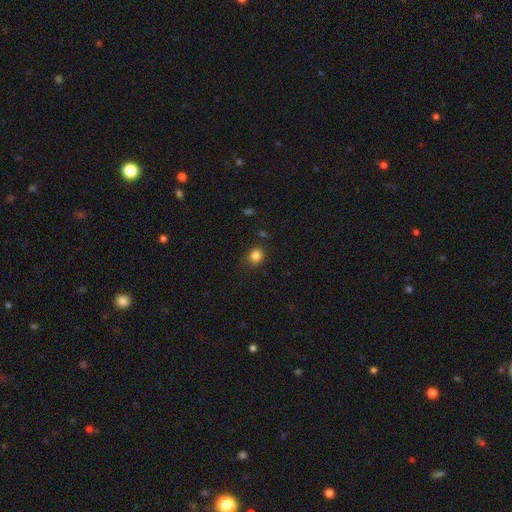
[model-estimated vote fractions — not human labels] smooth 84%, star or artifact 12%, featured or disk 4%. Down the decision tree: how rounded — round (80%); merging — none (84%).